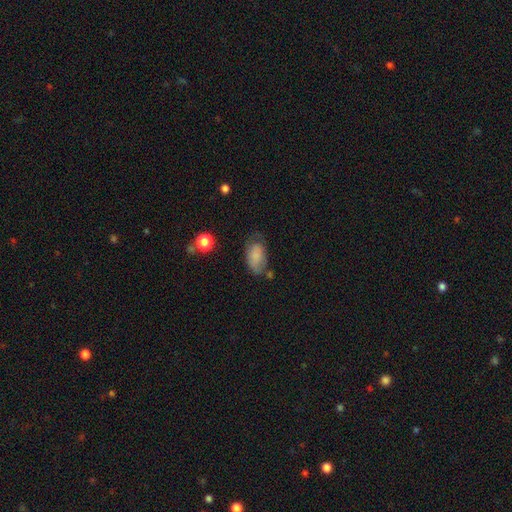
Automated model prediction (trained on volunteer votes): A smooth galaxy with no disk features (78%) that is in between round and cigar-shaped (92%). Merging: none (54%).